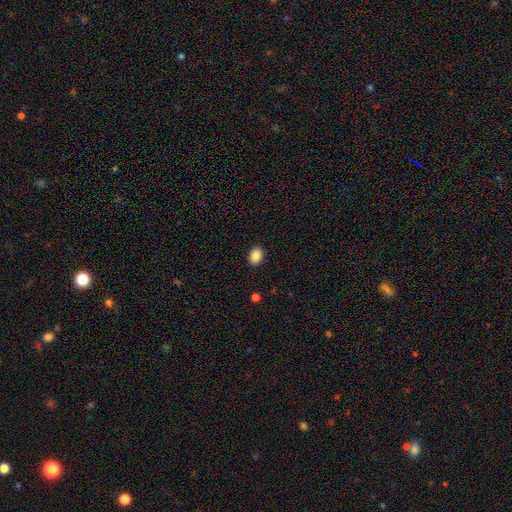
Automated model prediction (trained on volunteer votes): The model was most divided on "how rounded": in between: 69%, round: 30%, cigar-shaped: 1%. More confident: merging — none (90%); smooth or featured — smooth (89%).